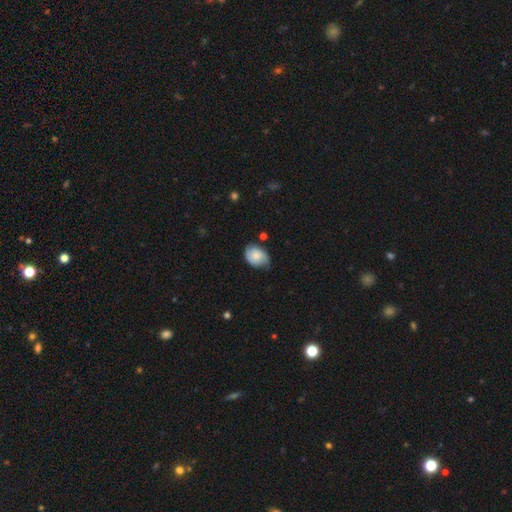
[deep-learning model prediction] smooth 68%, featured or disk 25%, star or artifact 7%. Down the decision tree: how rounded — in between (71%); merging — none (54%).